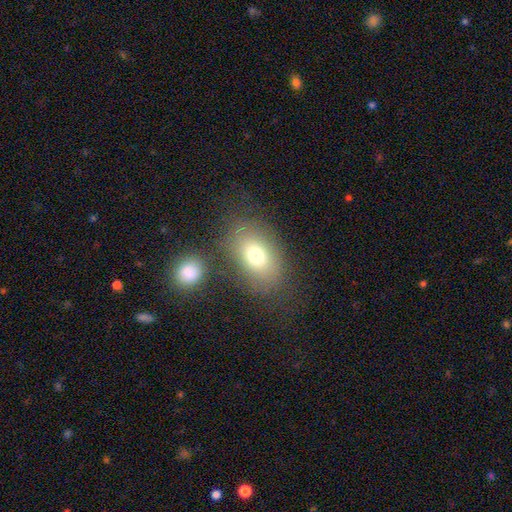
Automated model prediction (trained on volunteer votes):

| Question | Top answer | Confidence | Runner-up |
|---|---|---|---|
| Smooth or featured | smooth | 75% | featured or disk (15%) |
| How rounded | in between | 82% | round (17%) |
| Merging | none | 71% | minor disturbance (13%) |